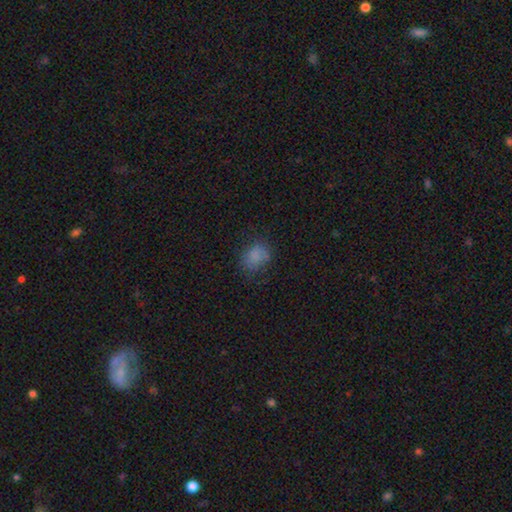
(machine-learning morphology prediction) Smooth or featured? smooth (78%)
How rounded? in between (58%)
Merging? none (65%)